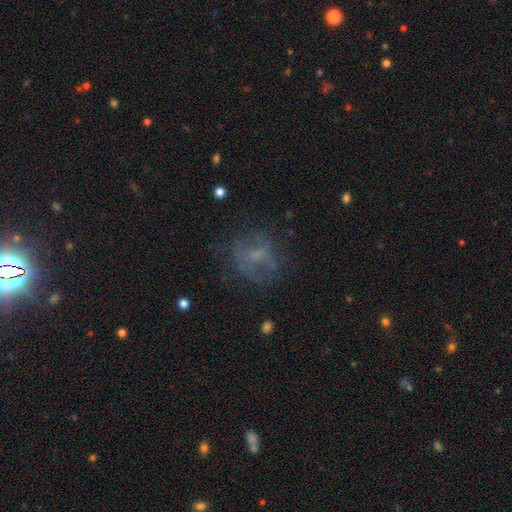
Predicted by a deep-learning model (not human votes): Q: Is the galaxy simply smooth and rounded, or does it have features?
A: smooth — 42%.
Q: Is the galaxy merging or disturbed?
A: none — 61%.